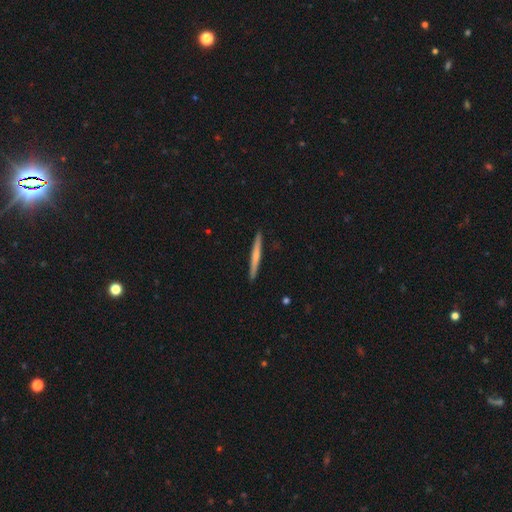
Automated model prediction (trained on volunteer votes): A smooth galaxy with no disk features (54%) that is cigar-shaped (97%). Merging: none (92%).